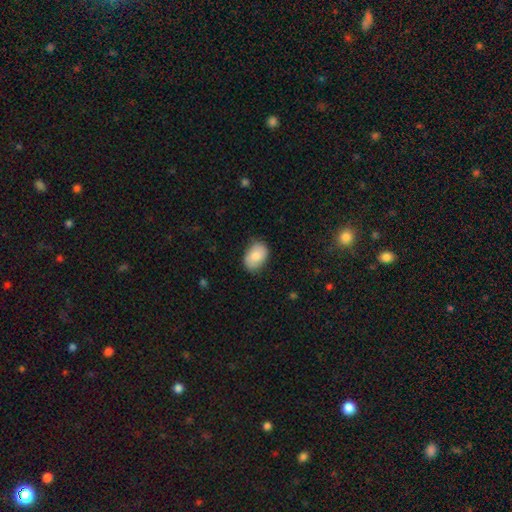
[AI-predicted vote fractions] Smooth or featured: smooth — 82% (featured or disk — 12%)
How rounded: in between — 84% (round — 14%)
Merging: none — 77% (minor disturbance — 19%)